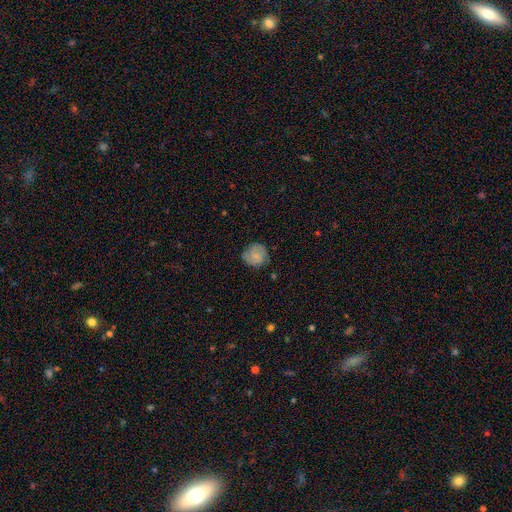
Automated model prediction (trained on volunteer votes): The model was most divided on "smooth or featured": smooth: 64%, featured or disk: 28%, star or artifact: 8%. More confident: how rounded — round (85%); merging — none (72%).